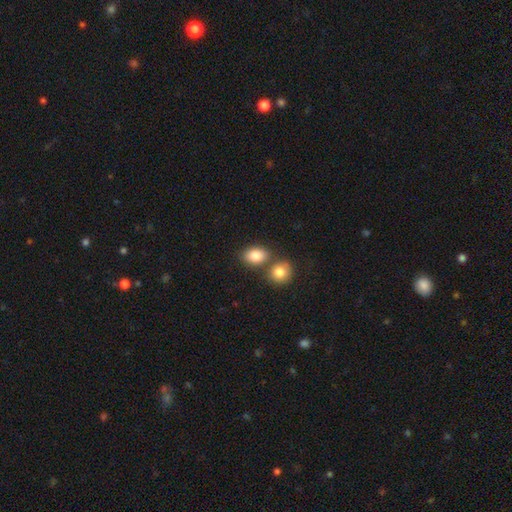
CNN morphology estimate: type=smooth (84%); roundness=in between (74%); merging=none (56%).